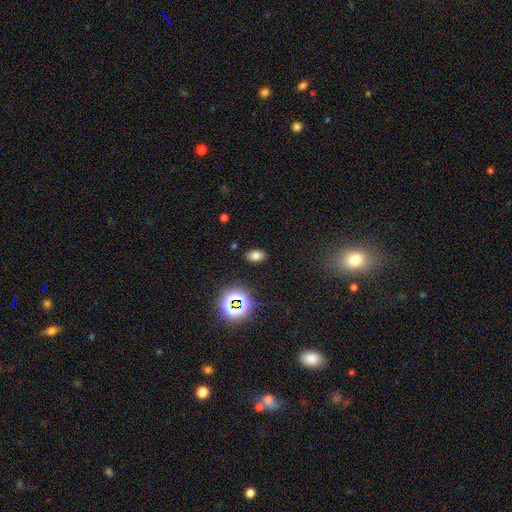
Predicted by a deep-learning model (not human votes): The model was most divided on "smooth or featured": smooth: 71%, star or artifact: 21%, featured or disk: 8%. More confident: merging — none (87%); how rounded — in between (87%).